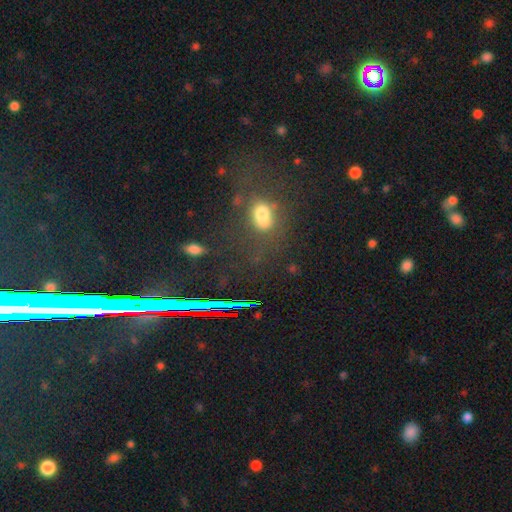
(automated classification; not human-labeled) This appears to be a star or artifact, not a galaxy (49%).